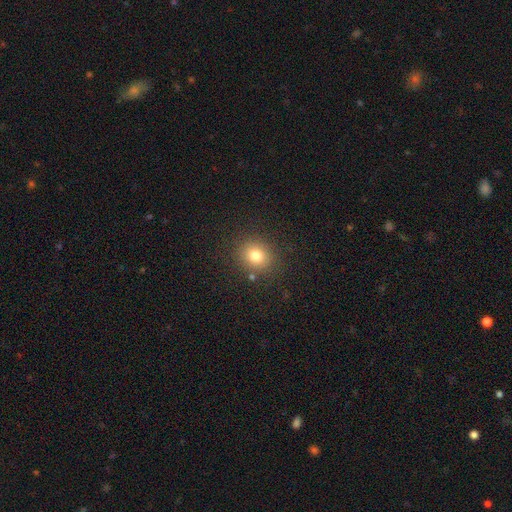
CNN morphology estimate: Smooth or featured: smooth — 78% (star or artifact — 14%)
How rounded: round — 75% (in between — 24%)
Merging: none — 85% (minor disturbance — 9%)